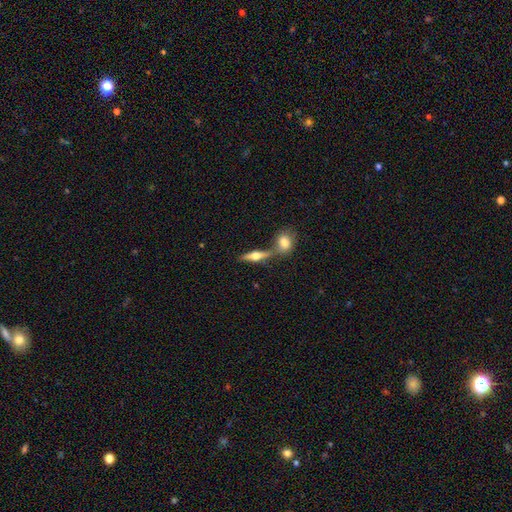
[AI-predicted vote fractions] The model was most divided on "smooth or featured": featured or disk: 54%, smooth: 38%, star or artifact: 7%. More confident: edge-on disk — yes (92%); merging — none (54%).